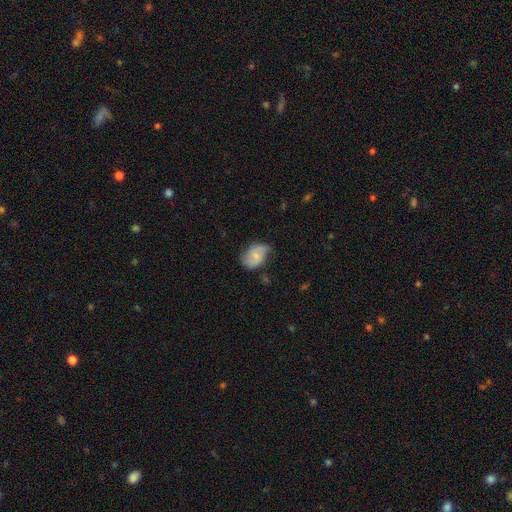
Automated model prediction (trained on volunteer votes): This appears to be a featured or disk galaxy (48%). Merging: none (56%).